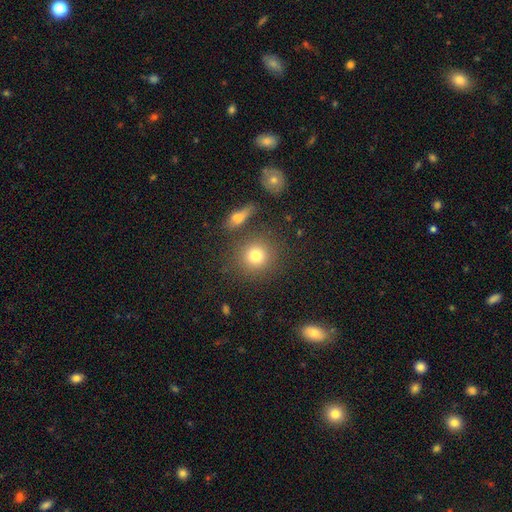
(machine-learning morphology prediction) A smooth galaxy with no disk features (78%) that is round (88%).

Vote fractions:
- Smooth or featured? smooth: 78% / star or artifact: 13% / featured or disk: 10%
- How rounded? round: 88% / in between: 11% / cigar-shaped: 1%
- Merging? none: 78% / minor disturbance: 9% / merger: 9% / major disturbance: 4%